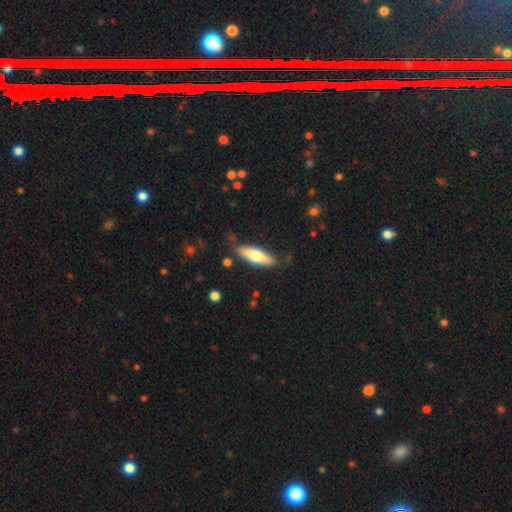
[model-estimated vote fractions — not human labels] This is likely a smooth galaxy (63%). How rounded: possibly cigar-shaped (50%). Merging: clearly none (81%).